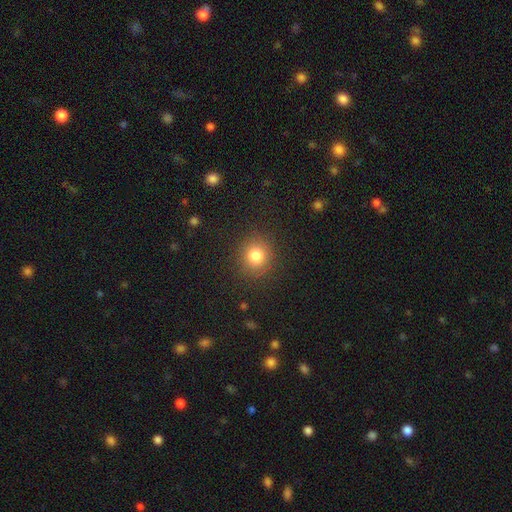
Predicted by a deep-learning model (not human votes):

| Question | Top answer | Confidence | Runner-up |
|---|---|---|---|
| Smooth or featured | smooth | 81% | star or artifact (13%) |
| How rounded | round | 87% | in between (12%) |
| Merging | none | 88% | minor disturbance (7%) |